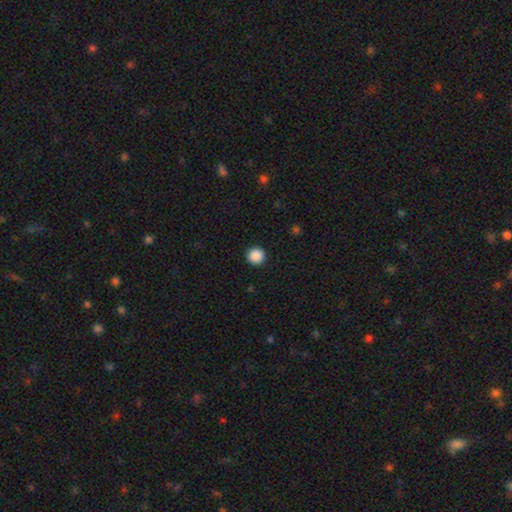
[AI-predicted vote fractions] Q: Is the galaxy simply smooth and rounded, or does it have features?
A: smooth — 89%.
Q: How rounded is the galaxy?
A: round — 95%.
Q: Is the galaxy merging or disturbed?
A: none — 93%.